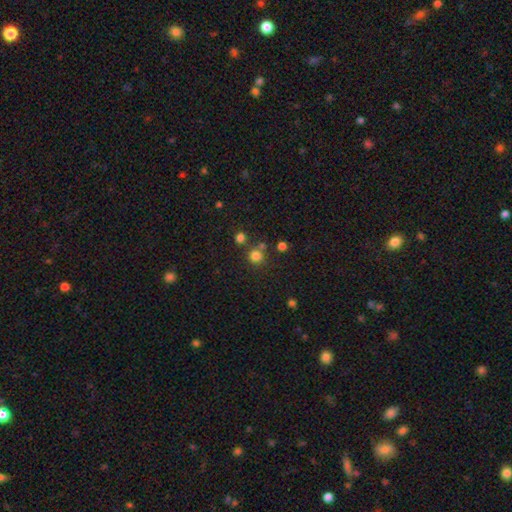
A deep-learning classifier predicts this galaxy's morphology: A smooth galaxy with no disk features (77%) that is round (90%).

Vote fractions:
- Smooth or featured? smooth: 77% / star or artifact: 17% / featured or disk: 6%
- How rounded? round: 90% / in between: 9% / cigar-shaped: 1%
- Merging? none: 72% / merger: 17% / minor disturbance: 8% / major disturbance: 3%